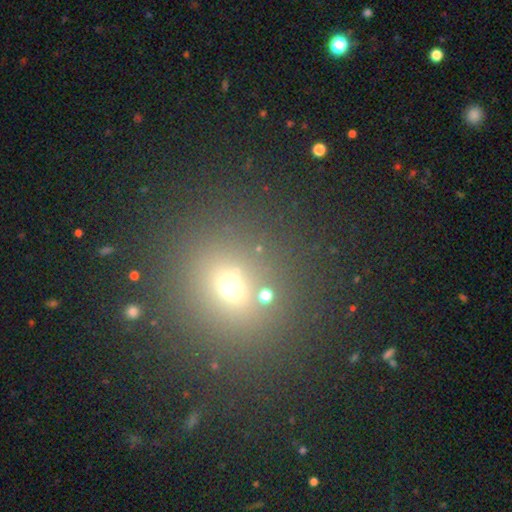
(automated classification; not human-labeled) This appears to be a smooth galaxy with no disk features (52%) that is round (79%). Merging: none (83%).